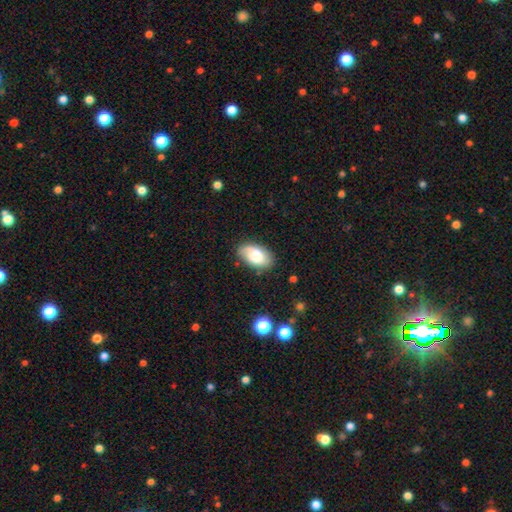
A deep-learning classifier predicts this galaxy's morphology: This appears to be a smooth galaxy with no disk features (66%) that is in between round and cigar-shaped (93%). Merging: none (79%).